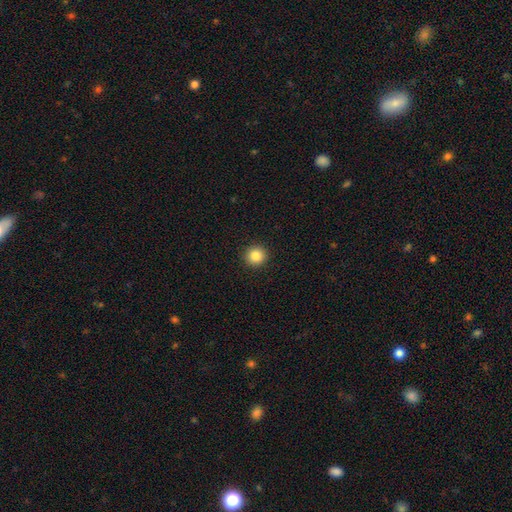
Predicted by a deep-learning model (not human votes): Smooth or featured: smooth — 86% (star or artifact — 10%)
How rounded: round — 93% (in between — 6%)
Merging: none — 93% (minor disturbance — 5%)